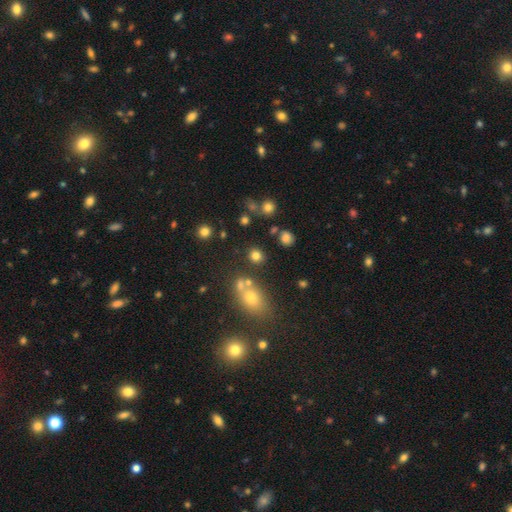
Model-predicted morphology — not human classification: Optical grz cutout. It shows a smooth galaxy with no disk features (77%) that is round (77%). Merging: none (74%).